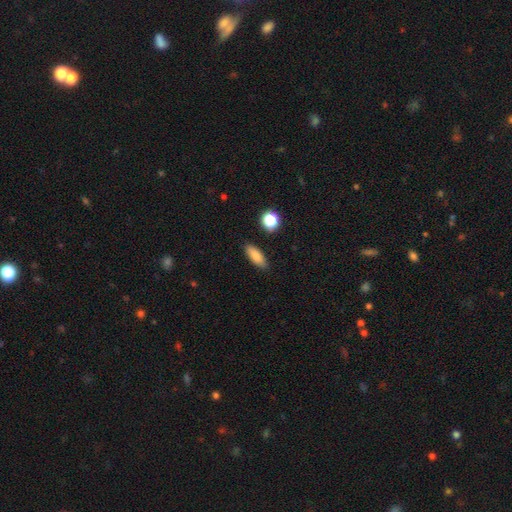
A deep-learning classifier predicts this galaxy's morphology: A smooth galaxy with no disk features (83%) that is in between round and cigar-shaped (69%).

Vote fractions:
- Smooth or featured? smooth: 83% / featured or disk: 9% / star or artifact: 9%
- How rounded? in between: 69% / cigar-shaped: 27% / round: 4%
- Merging? none: 87% / minor disturbance: 9% / major disturbance: 2% / merger: 2%